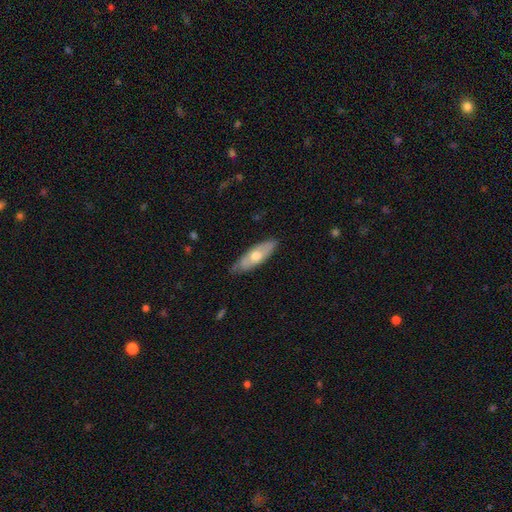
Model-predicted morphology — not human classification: This appears to be a smooth galaxy with no disk features (53%) that is in between round and cigar-shaped (56%). Merging: none (78%).